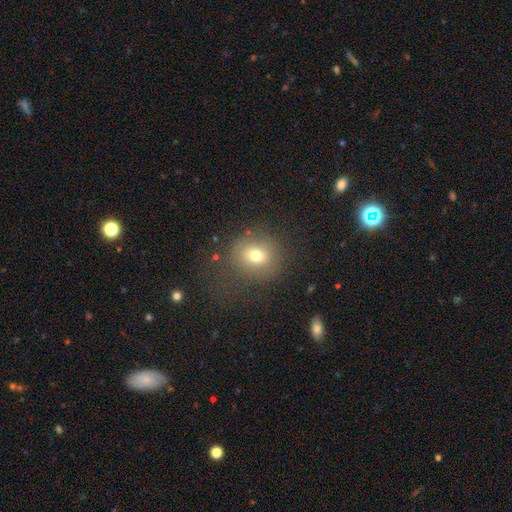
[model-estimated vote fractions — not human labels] This is likely a smooth galaxy (71%). How rounded: clearly round (80%). Merging: likely none (68%).